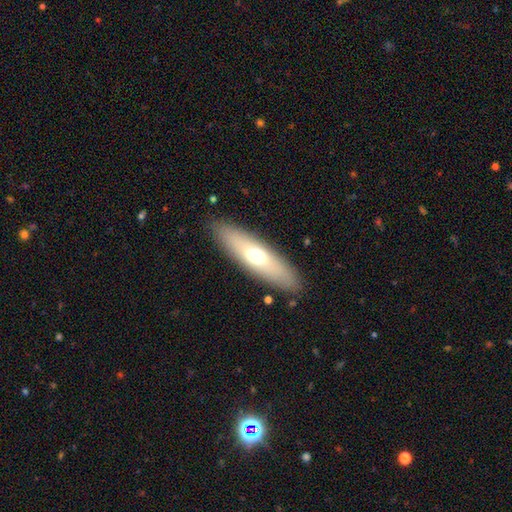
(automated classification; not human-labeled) Smooth or featured? smooth (59%)
How rounded? cigar-shaped (61%)
Merging? none (88%)